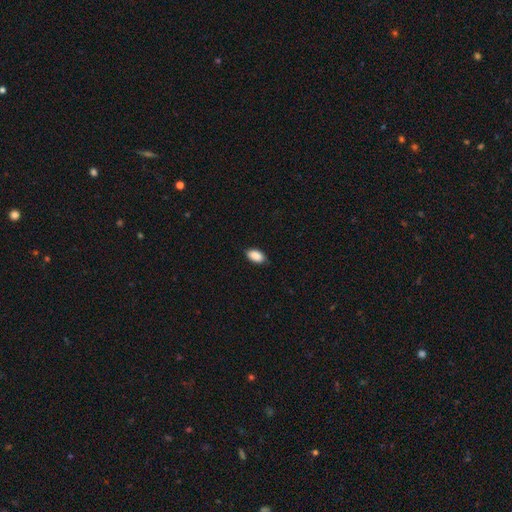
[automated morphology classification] This is clearly a smooth galaxy (90%). How rounded: clearly in between (93%). Merging: clearly none (84%).